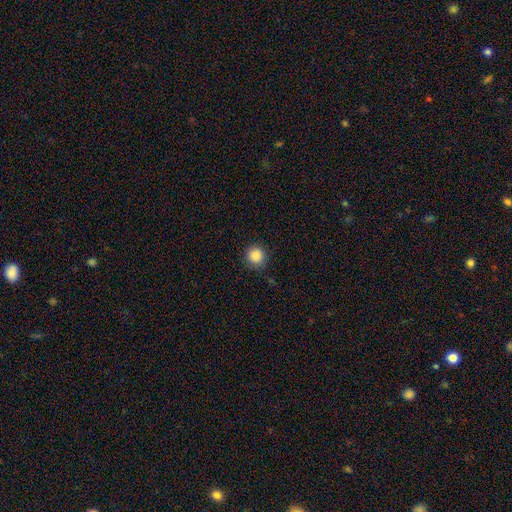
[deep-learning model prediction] Morphology: type=smooth (87%); roundness=round (93%); merging=none (88%).